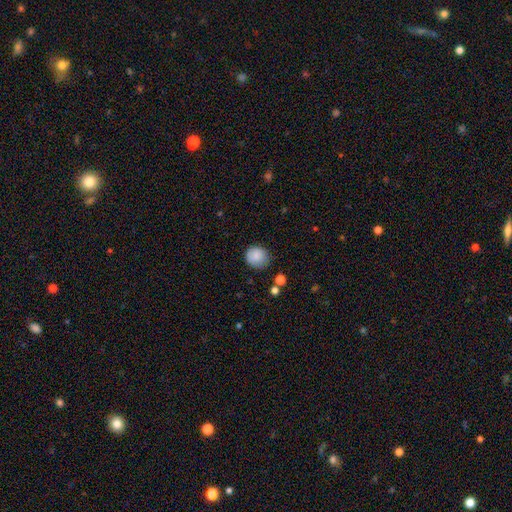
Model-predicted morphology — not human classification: Q: Smooth or featured?
A: smooth (86%); runner-up: star or artifact (8%)
Q: How rounded?
A: round (88%); runner-up: in between (11%)
Q: Merging?
A: none (78%); runner-up: minor disturbance (16%)